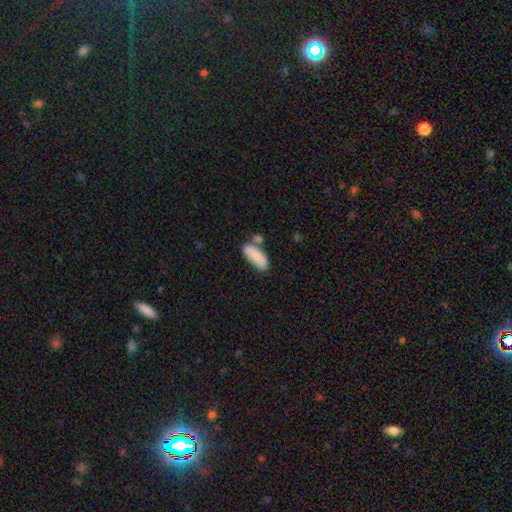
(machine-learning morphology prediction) This is clearly a smooth galaxy (81%). How rounded: likely in between (75%). Merging: possibly none (55%).